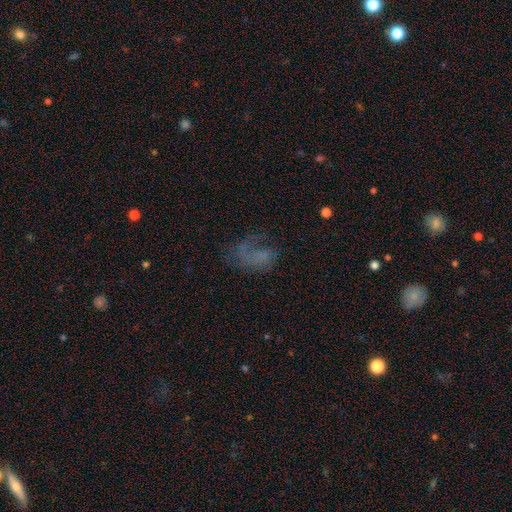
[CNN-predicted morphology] featured or disk 49%, smooth 32%, star or artifact 18%. Down the decision tree: merging — major disturbance (40%).